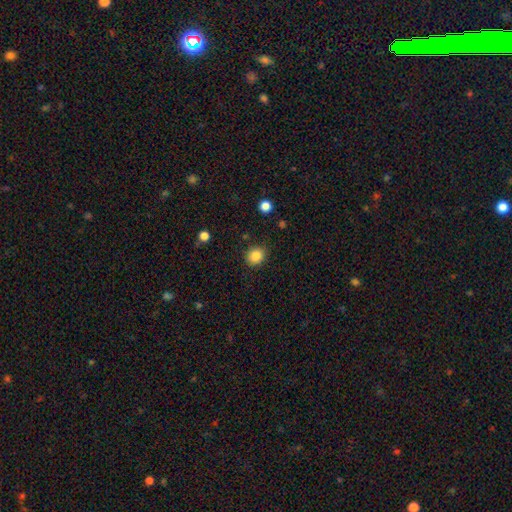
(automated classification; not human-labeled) A smooth galaxy with no disk features (86%) that is round (76%).

Vote fractions:
- Smooth or featured? smooth: 86% / star or artifact: 10% / featured or disk: 4%
- How rounded? round: 76% / in between: 23% / cigar-shaped: 1%
- Merging? none: 87% / minor disturbance: 9% / major disturbance: 3% / merger: 2%